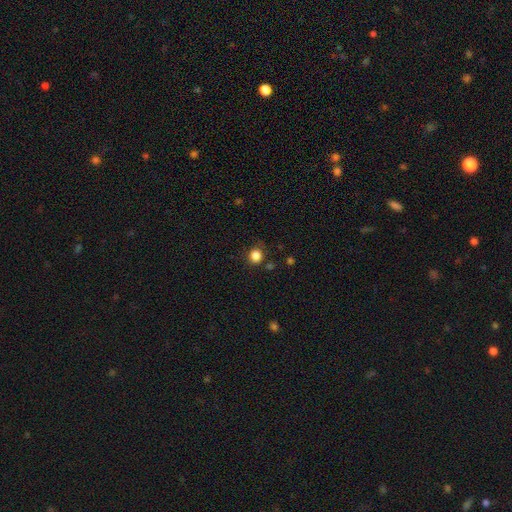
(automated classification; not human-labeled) Smooth or featured? smooth (84%)
How rounded? round (78%)
Merging? none (81%)